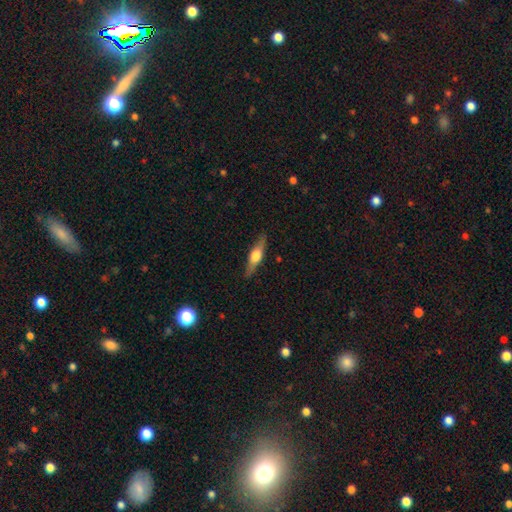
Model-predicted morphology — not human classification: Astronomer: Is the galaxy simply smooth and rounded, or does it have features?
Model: featured or disk — 54% (runner-up: smooth, 41%).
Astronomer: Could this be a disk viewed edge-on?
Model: yes — 93%.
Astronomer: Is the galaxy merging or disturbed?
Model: none — 87%.